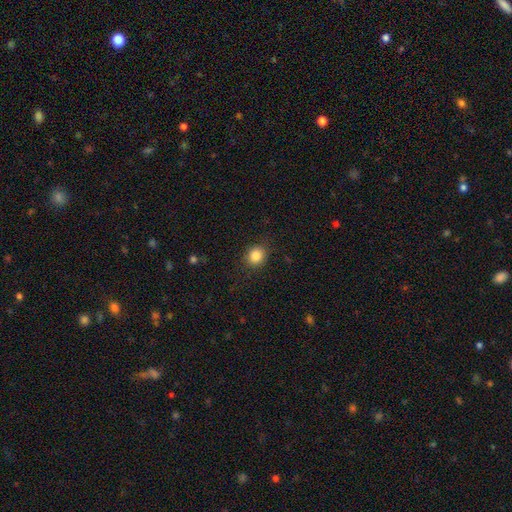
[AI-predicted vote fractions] smooth_or_featured: smooth (p=0.85) [alt: star or artifact p=0.10]
how_rounded: round (p=0.78) [alt: in between p=0.21]
merging: none (p=0.87) [alt: minor disturbance p=0.09]